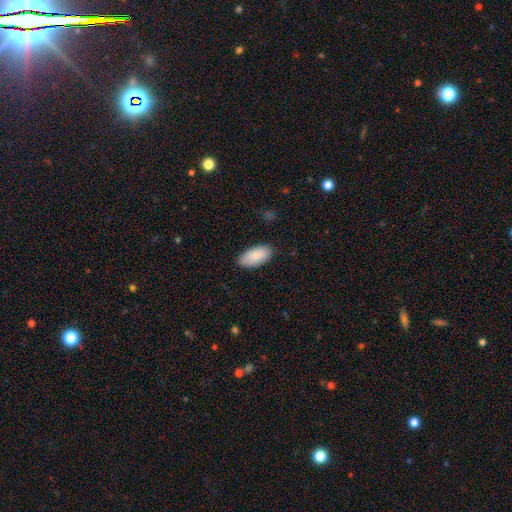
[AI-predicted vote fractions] Smooth or featured? smooth (87%)
How rounded? in between (95%)
Merging? none (87%)